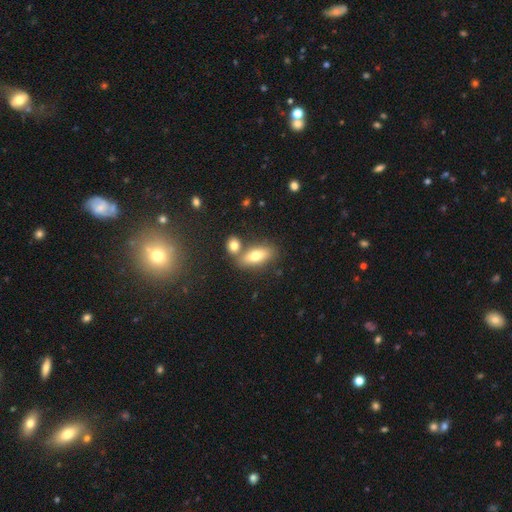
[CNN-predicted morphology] A smooth galaxy with no disk features (71%) that is in between round and cigar-shaped (77%). Merging: none (59%).